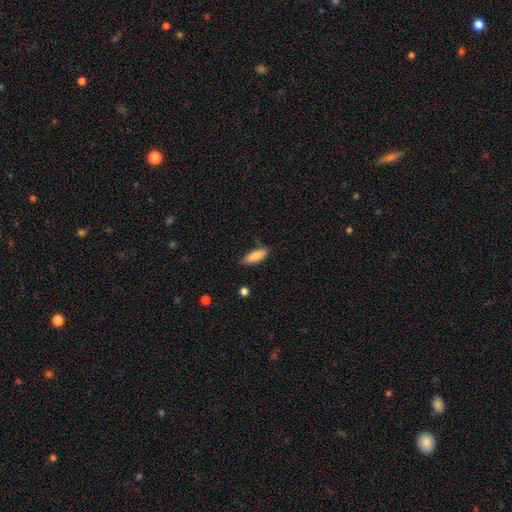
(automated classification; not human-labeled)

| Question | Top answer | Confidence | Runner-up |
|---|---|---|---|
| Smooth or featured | smooth | 88% | star or artifact (6%) |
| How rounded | in between | 68% | cigar-shaped (30%) |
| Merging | none | 79% | minor disturbance (16%) |